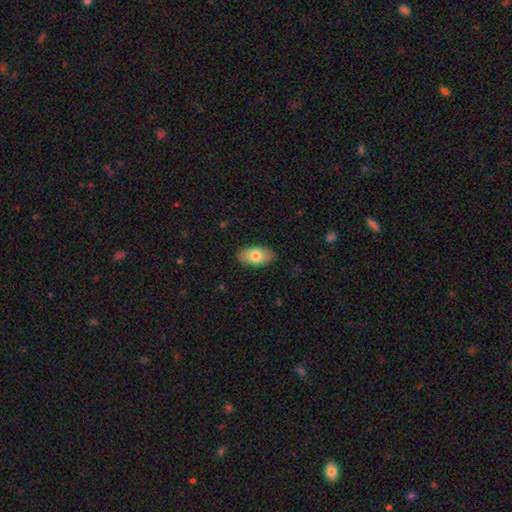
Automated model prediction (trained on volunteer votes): smooth 76%, featured or disk 18%, star or artifact 6%. Down the decision tree: how rounded — in between (93%); merging — none (88%).